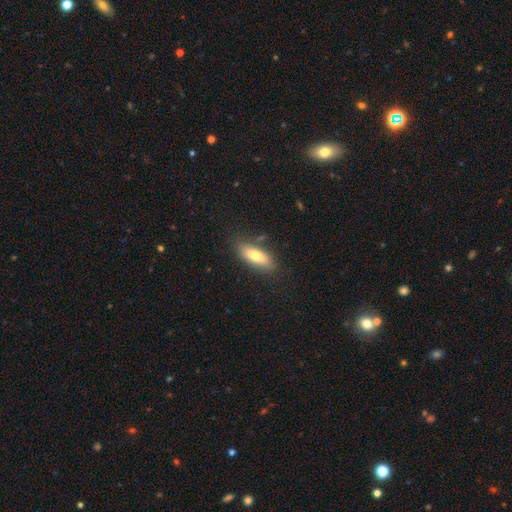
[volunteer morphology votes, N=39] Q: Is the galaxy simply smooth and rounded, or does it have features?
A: smooth — 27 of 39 (69%).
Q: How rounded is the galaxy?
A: in between — 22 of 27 (81%).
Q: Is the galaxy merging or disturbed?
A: none — 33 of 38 (87%).